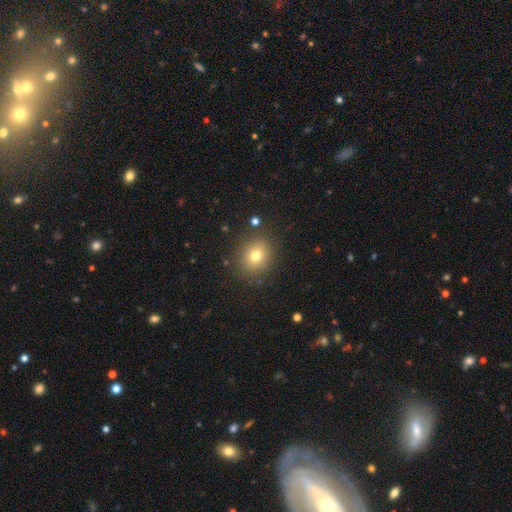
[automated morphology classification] A smooth galaxy with no disk features (75%) that is round (72%). Merging: none (85%).